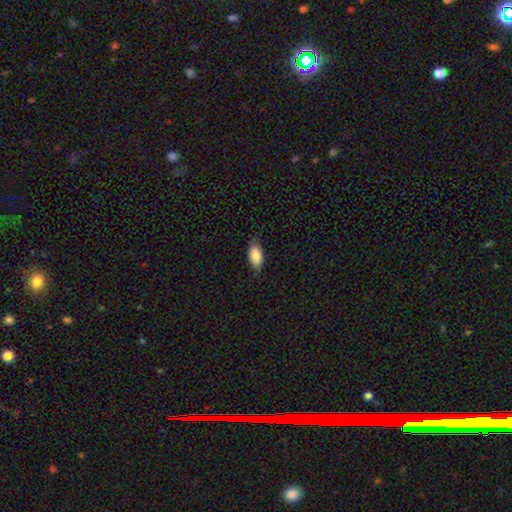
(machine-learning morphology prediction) smooth-or-featured: smooth: 87% | featured or disk: 7% | star or artifact: 6%
  how-rounded: in between: 93% | cigar-shaped: 4% | round: 3%
  merging: none: 76% | minor disturbance: 19% | major disturbance: 4% | merger: 1%